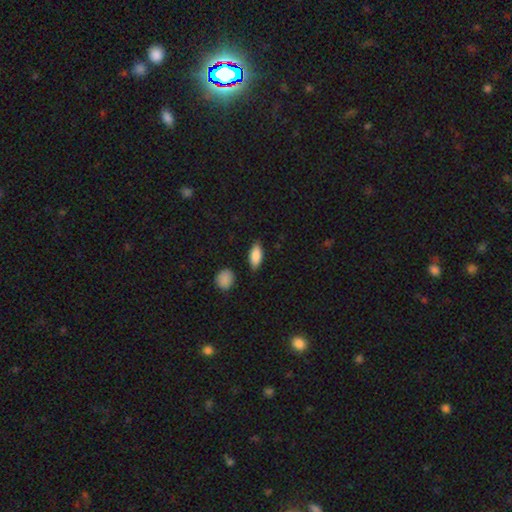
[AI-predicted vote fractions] This appears to be a smooth galaxy with no disk features (85%) that is in between round and cigar-shaped (84%). Merging: none (82%).